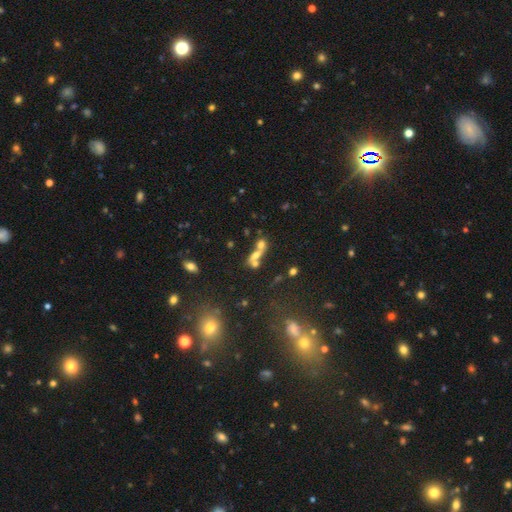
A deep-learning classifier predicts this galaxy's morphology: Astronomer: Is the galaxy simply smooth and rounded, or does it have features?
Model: smooth — 55%.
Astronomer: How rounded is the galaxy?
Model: in between — 51% (runner-up: round, 37%).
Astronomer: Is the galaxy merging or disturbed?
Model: merger — 65%.